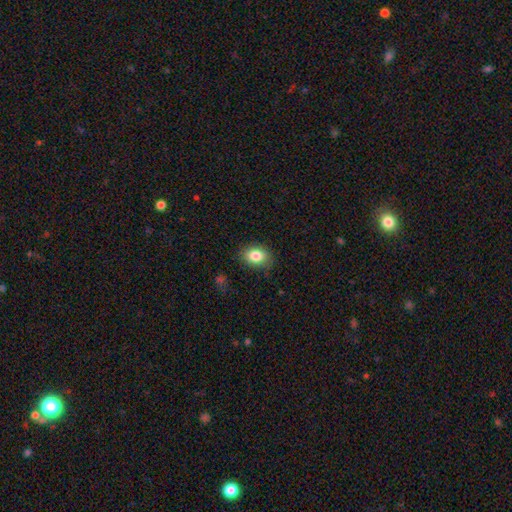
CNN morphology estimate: This is clearly a smooth galaxy (83%). How rounded: likely in between (70%). Merging: clearly none (84%).